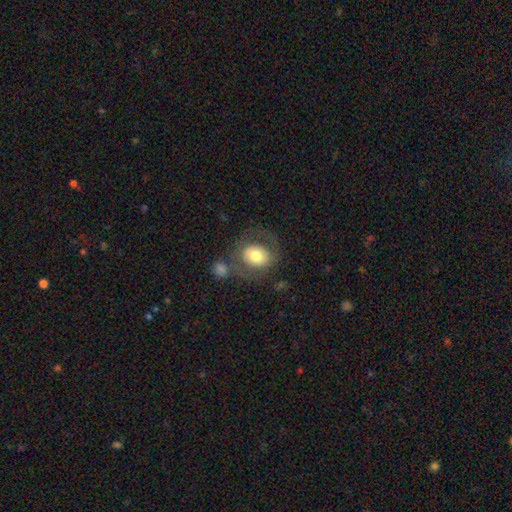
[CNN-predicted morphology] smooth_or_featured: smooth (p=0.62) [alt: featured or disk p=0.30]
how_rounded: round (p=0.60) [alt: in between p=0.39]
merging: none (p=0.52) [alt: minor disturbance p=0.17]